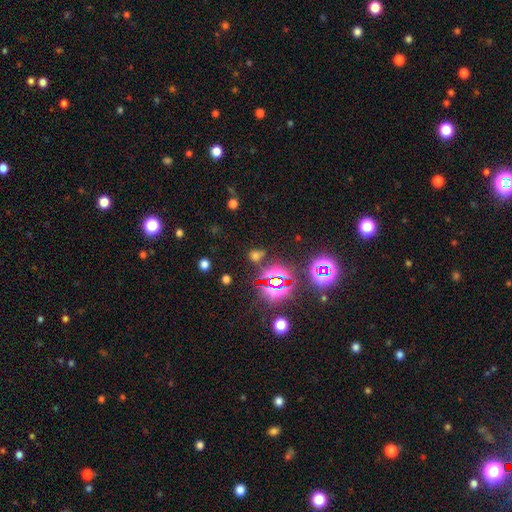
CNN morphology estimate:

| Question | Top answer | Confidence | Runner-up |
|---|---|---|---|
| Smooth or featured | star or artifact | 51% | smooth (41%) |